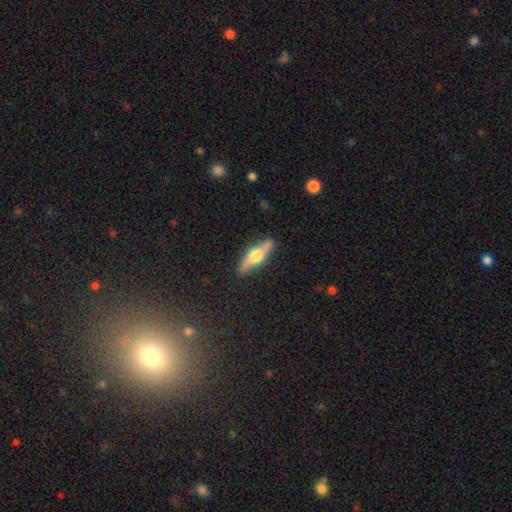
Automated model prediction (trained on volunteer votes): smooth-or-featured: featured or disk: 56% | smooth: 38% | star or artifact: 6%
  disk-edge-on: yes: 90% | no: 10%
    edge-on-bulge: rounded: 92% | boxy: 5% | none: 3%
  merging: none: 86% | minor disturbance: 10% | major disturbance: 2% | merger: 1%